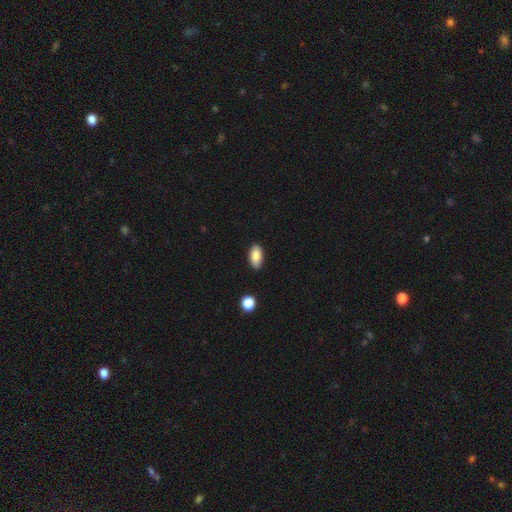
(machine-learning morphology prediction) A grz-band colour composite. It shows a smooth galaxy with no disk features (86%) that is in between round and cigar-shaped (92%). Merging: none (86%).